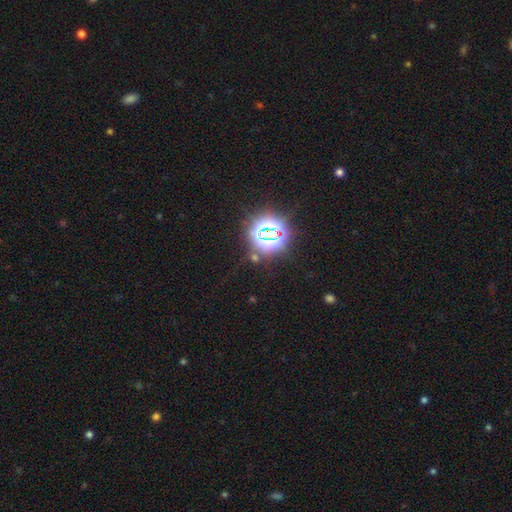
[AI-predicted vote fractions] Smooth or featured? star or artifact (75%)